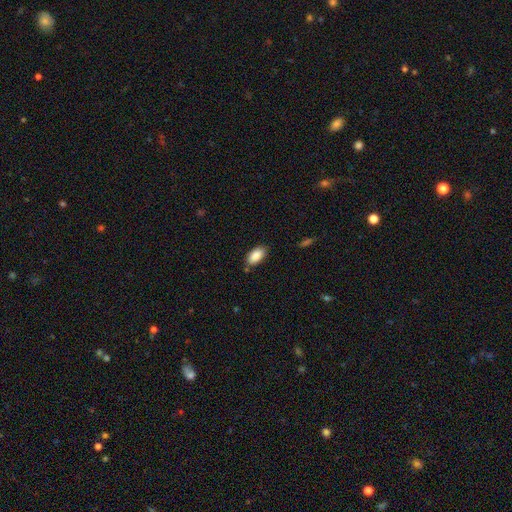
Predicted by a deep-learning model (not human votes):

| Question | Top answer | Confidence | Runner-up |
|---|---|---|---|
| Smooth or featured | smooth | 88% | star or artifact (7%) |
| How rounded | in between | 93% | round (3%) |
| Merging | none | 80% | minor disturbance (15%) |